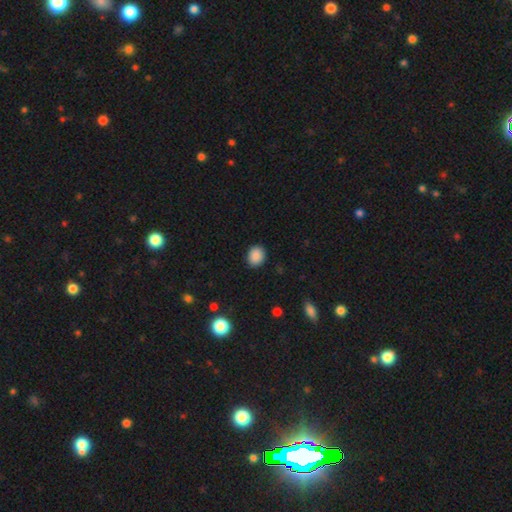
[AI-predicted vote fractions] smooth-or-featured: smooth: 88% | star or artifact: 9% | featured or disk: 3%
  how-rounded: round: 52% | in between: 47% | cigar-shaped: 1%
  merging: none: 88% | minor disturbance: 8% | major disturbance: 2% | merger: 1%